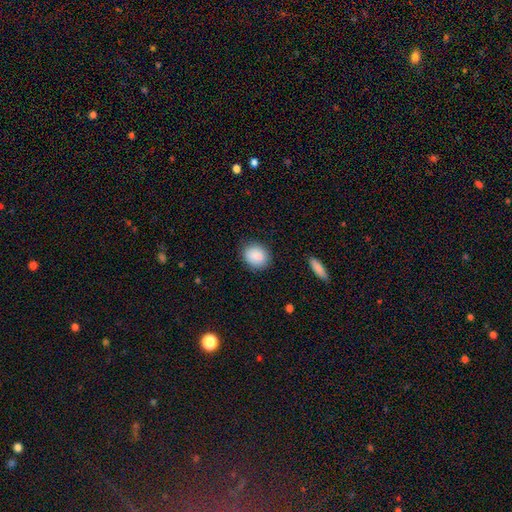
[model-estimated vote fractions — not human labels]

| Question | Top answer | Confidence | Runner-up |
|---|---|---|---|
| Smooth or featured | smooth | 89% | star or artifact (7%) |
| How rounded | round | 63% | in between (36%) |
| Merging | none | 86% | minor disturbance (10%) |